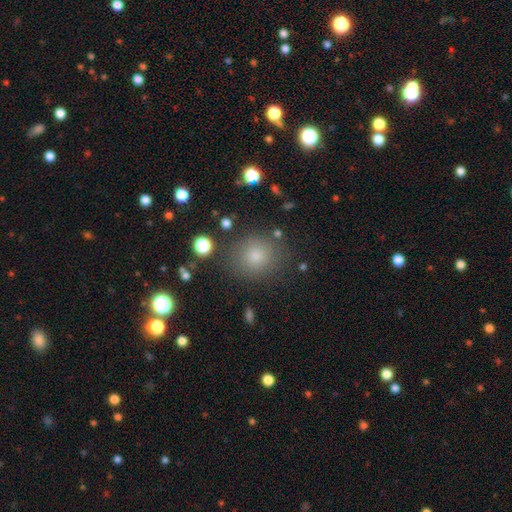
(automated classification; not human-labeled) A smooth galaxy with no disk features (78%) that is round (84%).

Vote fractions:
- Smooth or featured? smooth: 78% / star or artifact: 14% / featured or disk: 7%
- How rounded? round: 84% / in between: 15% / cigar-shaped: 1%
- Merging? none: 83% / minor disturbance: 10% / major disturbance: 4% / merger: 3%